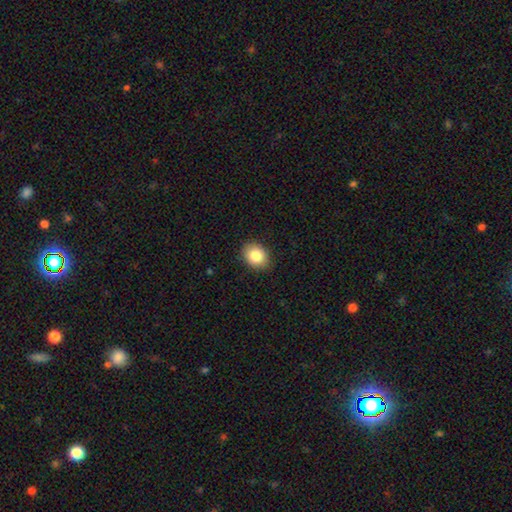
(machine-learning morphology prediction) Overall: smooth (84%). How rounded: round (50%; in between 49%). Merging: none (88%).